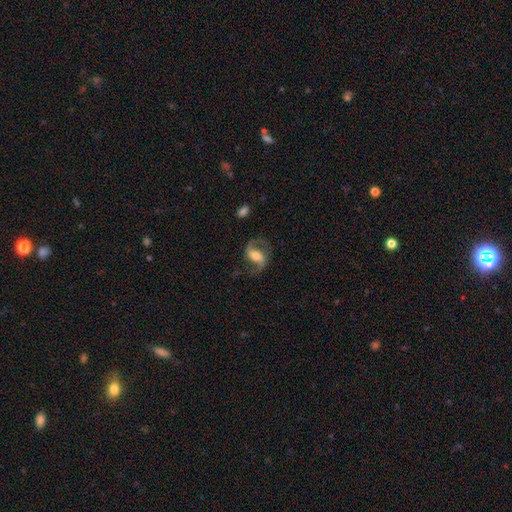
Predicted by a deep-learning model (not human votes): Smooth or featured? featured or disk (86%)
Edge-on disk? no (97%)
Bar? weak (43%)
Spiral arms? yes (96%)
Spiral winding? loose (49%)
Spiral arm count? 2 (92%)
Bulge size? moderate (53%)
Merging? none (74%)